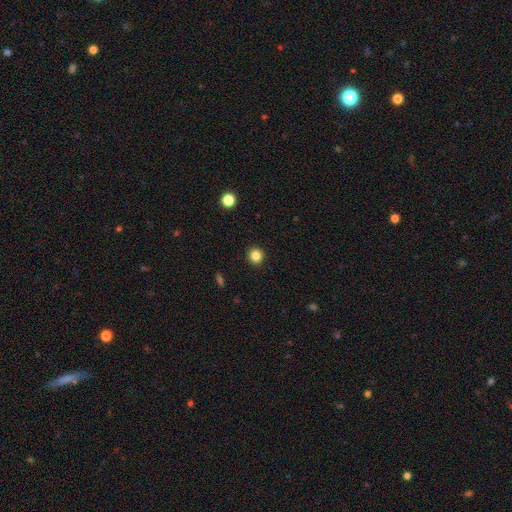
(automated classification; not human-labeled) A smooth galaxy with no disk features (84%) that is round (94%).

Vote fractions:
- Smooth or featured? smooth: 84% / star or artifact: 12% / featured or disk: 4%
- How rounded? round: 94% / in between: 5% / cigar-shaped: 1%
- Merging? none: 93% / minor disturbance: 5% / major disturbance: 2% / merger: 1%